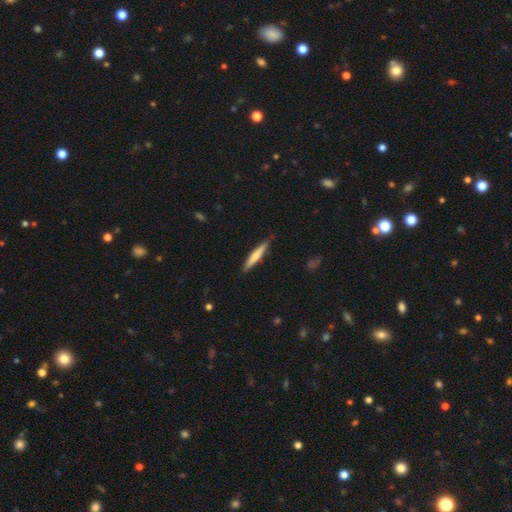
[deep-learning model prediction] The model was most divided on "smooth or featured": smooth: 59%, featured or disk: 35%, star or artifact: 5%. More confident: how rounded — cigar-shaped (93%); merging — none (84%).